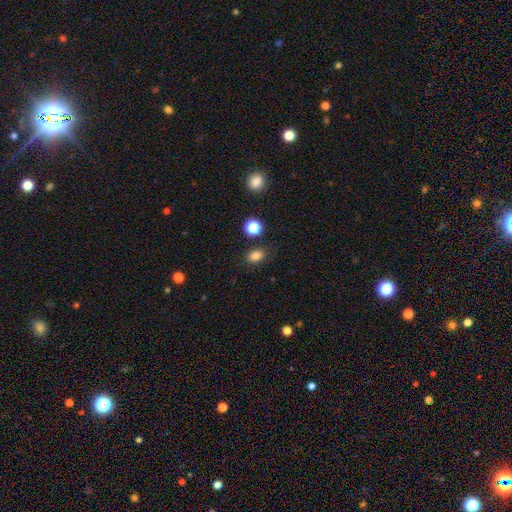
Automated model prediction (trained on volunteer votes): Smooth or featured? Predicted: smooth (p=0.83). How rounded? Predicted: in between (p=0.69). Merging? Predicted: none (p=0.83).